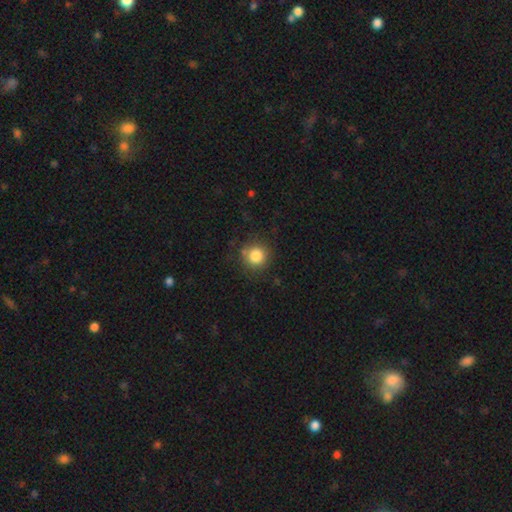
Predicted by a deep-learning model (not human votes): This appears to be a smooth galaxy with no disk features (84%) that is round (92%). Merging: none (81%).